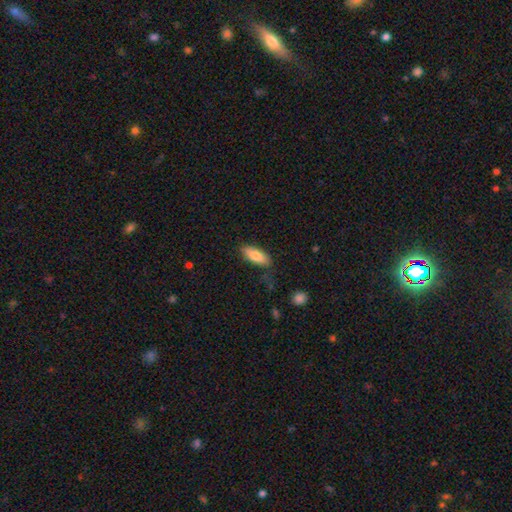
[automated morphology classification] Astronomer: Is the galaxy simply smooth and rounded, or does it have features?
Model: smooth — 81%.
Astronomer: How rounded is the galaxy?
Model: in between — 69%.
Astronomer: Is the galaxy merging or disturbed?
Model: none — 79%.